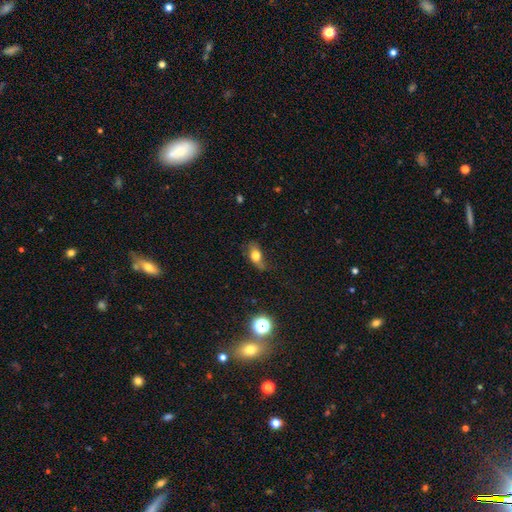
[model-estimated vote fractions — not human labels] Morphology: type=smooth (65%); roundness=in between (76%); merging=none (50%).